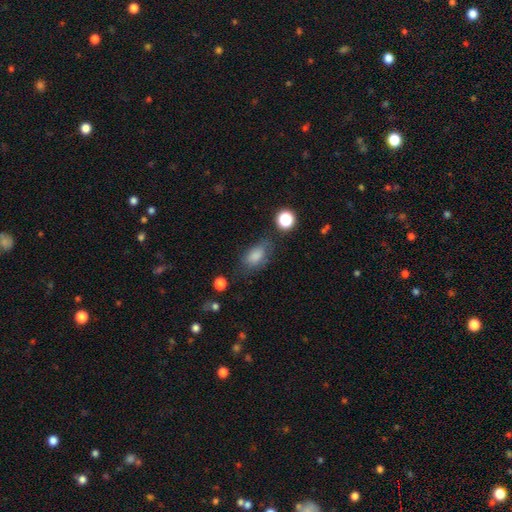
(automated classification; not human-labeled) A smooth galaxy with no disk features (81%) that is in between round and cigar-shaped (85%).

Vote fractions:
- Smooth or featured? smooth: 81% / star or artifact: 11% / featured or disk: 8%
- How rounded? in between: 85% / round: 12% / cigar-shaped: 3%
- Merging? none: 60% / minor disturbance: 25% / major disturbance: 11% / merger: 4%